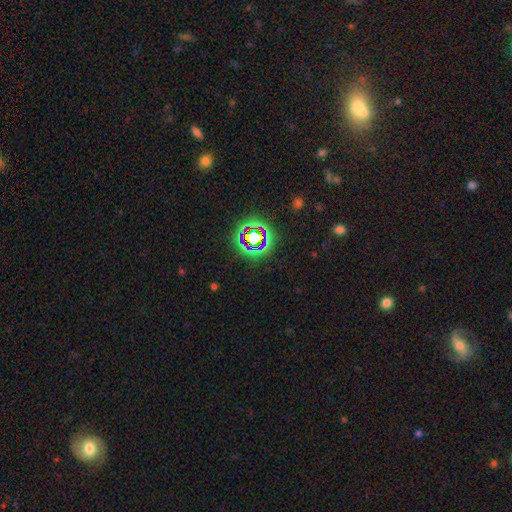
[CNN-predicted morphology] Smooth or featured? Predicted: star or artifact (p=0.69).